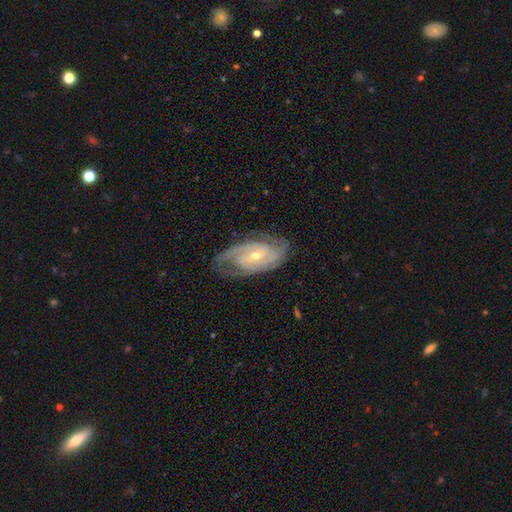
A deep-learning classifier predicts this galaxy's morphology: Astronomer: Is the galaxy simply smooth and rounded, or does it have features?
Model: featured or disk — 88%.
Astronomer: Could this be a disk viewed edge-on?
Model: no — 95%.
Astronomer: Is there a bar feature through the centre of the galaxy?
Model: no — 51% (runner-up: weak, 36%).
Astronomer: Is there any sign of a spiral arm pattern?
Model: yes — 97%.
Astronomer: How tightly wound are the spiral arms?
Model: tight — 61%.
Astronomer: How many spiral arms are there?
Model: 2 — 50%.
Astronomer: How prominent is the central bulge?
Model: small — 63%.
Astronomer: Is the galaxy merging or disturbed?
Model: none — 75%.